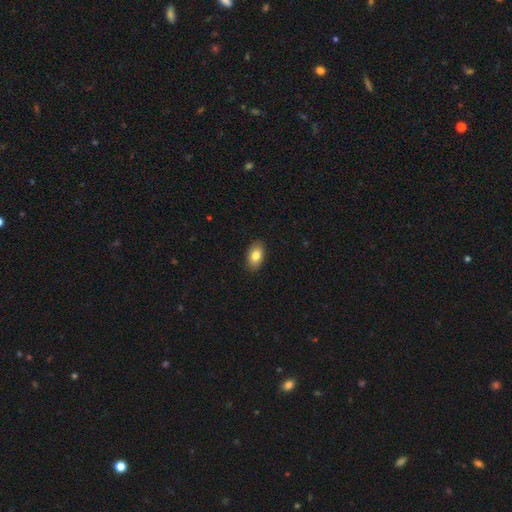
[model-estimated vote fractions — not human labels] Q: Smooth or featured?
A: smooth (82%); runner-up: featured or disk (11%)
Q: How rounded?
A: in between (92%); runner-up: round (6%)
Q: Merging?
A: none (89%); runner-up: minor disturbance (8%)